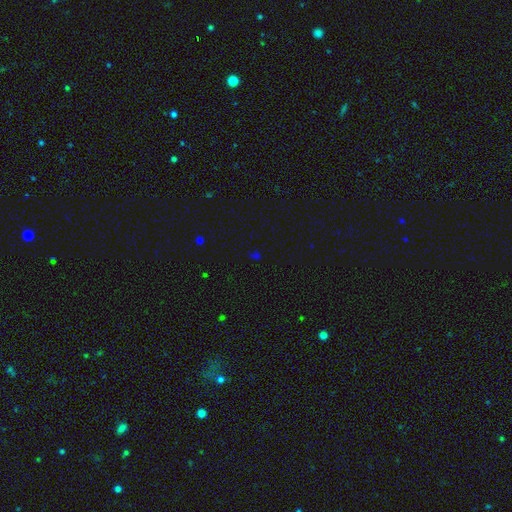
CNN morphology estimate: Q: Smooth or featured?
A: star or artifact (61%); runner-up: smooth (32%)